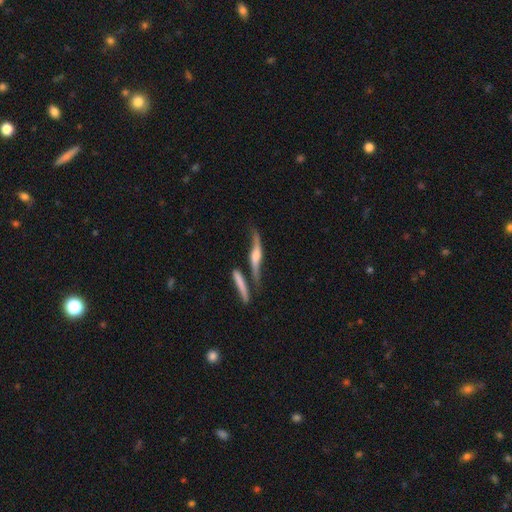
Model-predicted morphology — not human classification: smooth_or_featured: featured or disk (p=0.75) [alt: smooth p=0.18]
disk_edge_on: yes (p=0.79) [alt: no p=0.21]
edge_on_bulge: rounded (p=0.77) [alt: boxy p=0.14]
merging: none (p=0.57) [alt: minor disturbance p=0.18]